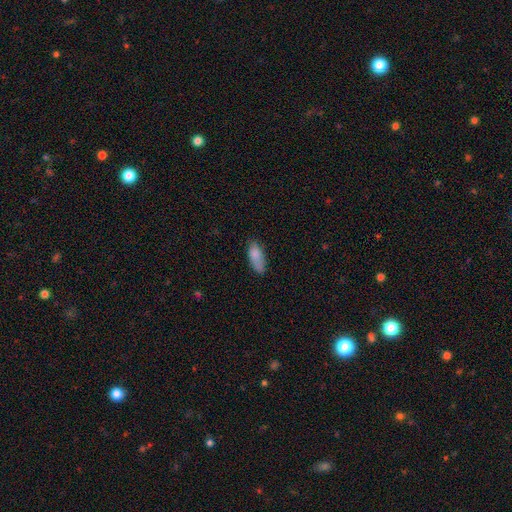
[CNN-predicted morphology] type=smooth (84%); roundness=in between (78%); merging=none (68%).